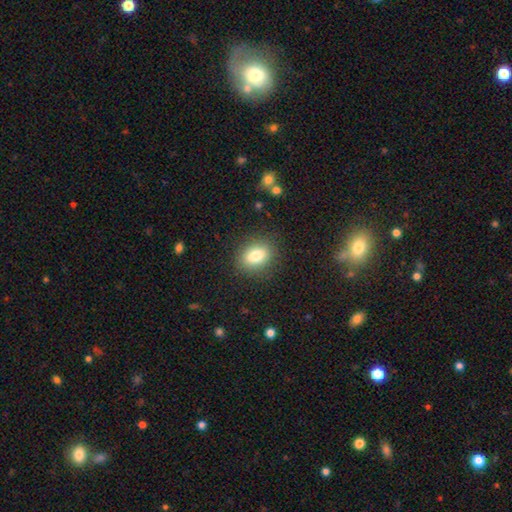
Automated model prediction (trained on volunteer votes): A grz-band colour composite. It shows a smooth galaxy with no disk features (81%) that is in between round and cigar-shaped (66%). Merging: none (86%).